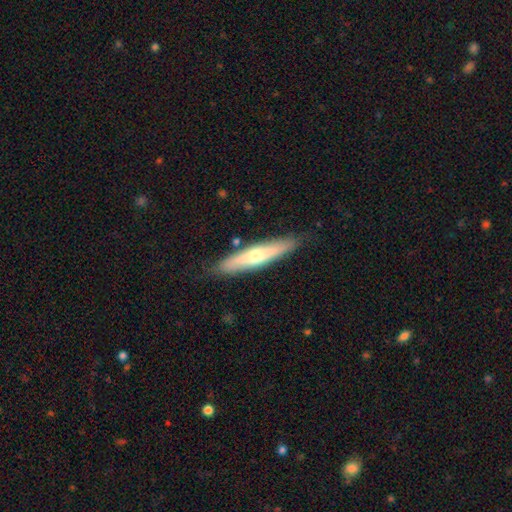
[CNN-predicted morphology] Smooth or featured? Predicted: smooth (p=0.48). Merging? Predicted: none (p=0.84).